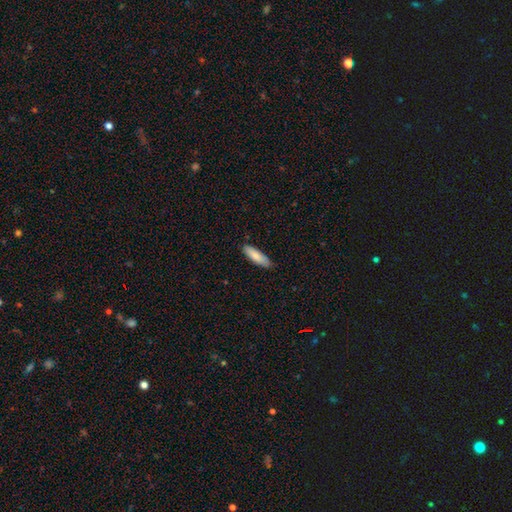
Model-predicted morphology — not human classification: A smooth galaxy with no disk features (83%) that is cigar-shaped (52%).

Vote fractions:
- Smooth or featured? smooth: 83% / featured or disk: 11% / star or artifact: 6%
- How rounded? cigar-shaped: 52% / in between: 47% / round: 1%
- Merging? none: 84% / minor disturbance: 13% / major disturbance: 2% / merger: 1%